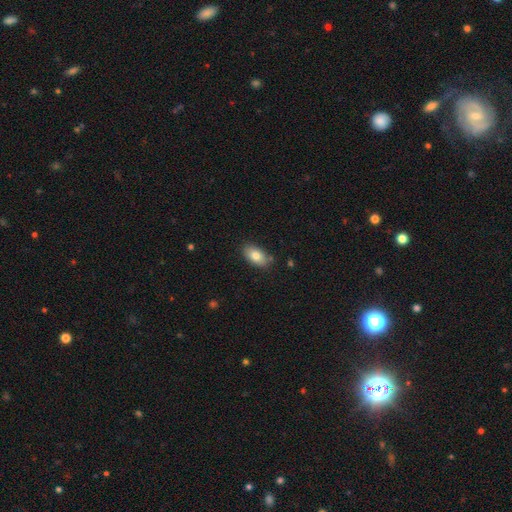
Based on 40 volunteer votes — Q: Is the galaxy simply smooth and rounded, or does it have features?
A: smooth — 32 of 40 (80%).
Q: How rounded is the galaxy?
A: in between — 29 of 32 (91%).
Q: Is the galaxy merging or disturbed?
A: none — 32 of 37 (86%).